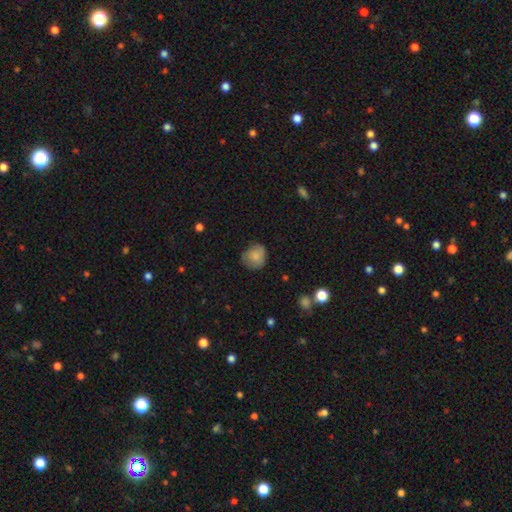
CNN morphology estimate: Overall: smooth (79%). How rounded: round (78%). Merging: none (67%).